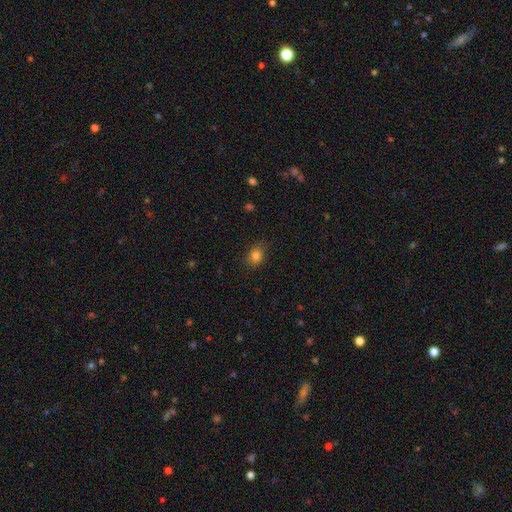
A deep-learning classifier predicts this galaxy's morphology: This is clearly a smooth galaxy (82%). How rounded: possibly in between (52%). Merging: clearly none (84%).